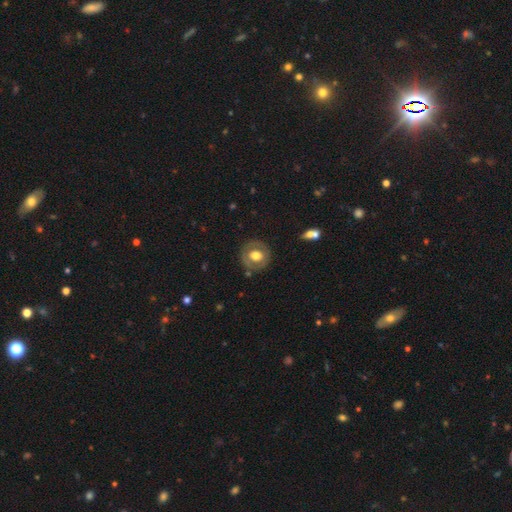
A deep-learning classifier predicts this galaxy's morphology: Smooth or featured?
  - smooth: 52% *
  - featured or disk: 41%
  - star or artifact: 7%
How rounded?
  - round: 86% *
  - in between: 13%
  - cigar-shaped: 1%
Merging?
  - none: 83% *
  - minor disturbance: 11%
  - major disturbance: 4%
  - merger: 2%